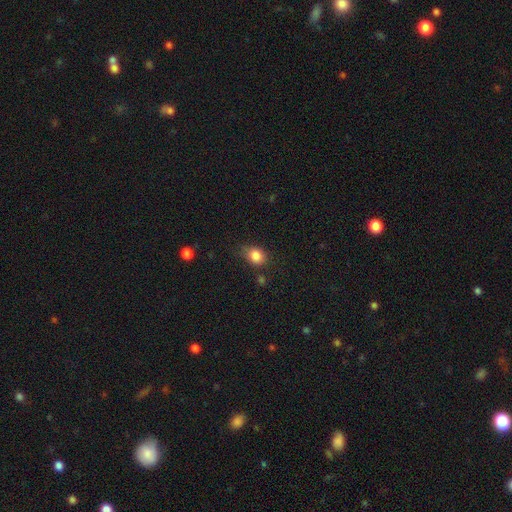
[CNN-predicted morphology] Smooth or featured: smooth — 84% (star or artifact — 10%)
How rounded: in between — 53% (round — 46%)
Merging: none — 66% (minor disturbance — 24%)